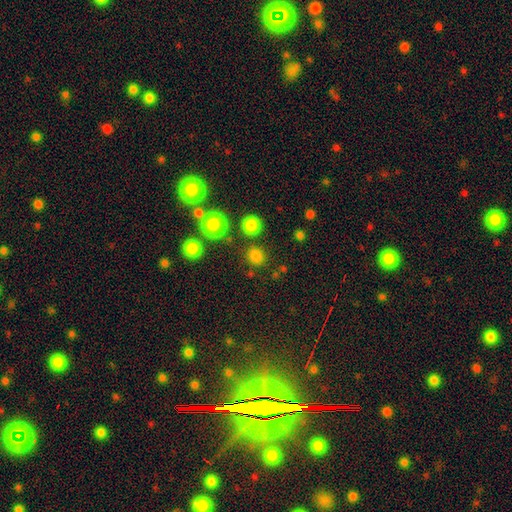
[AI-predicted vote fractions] Smooth or featured? smooth (79%)
How rounded? round (83%)
Merging? none (83%)